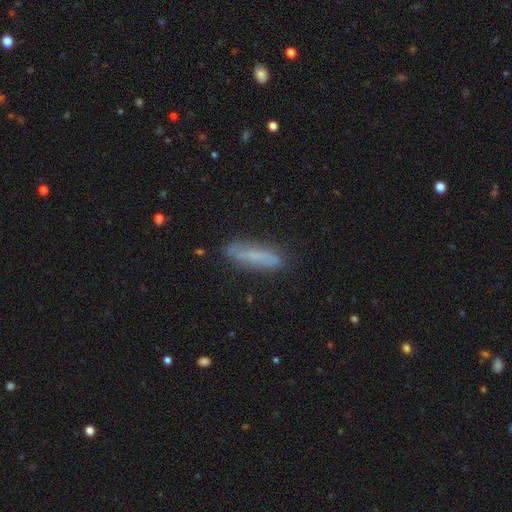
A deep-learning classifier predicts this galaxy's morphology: Smooth or featured?
  - smooth: 61% *
  - featured or disk: 29%
  - star or artifact: 10%
How rounded?
  - cigar-shaped: 76% *
  - in between: 22%
  - round: 2%
Merging?
  - none: 80% *
  - minor disturbance: 14%
  - major disturbance: 3%
  - merger: 2%